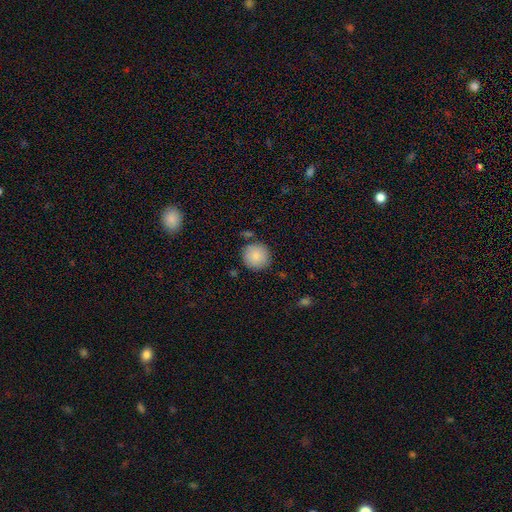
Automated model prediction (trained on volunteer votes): Overall: smooth (87%). How rounded: round (95%). Merging: none (84%).